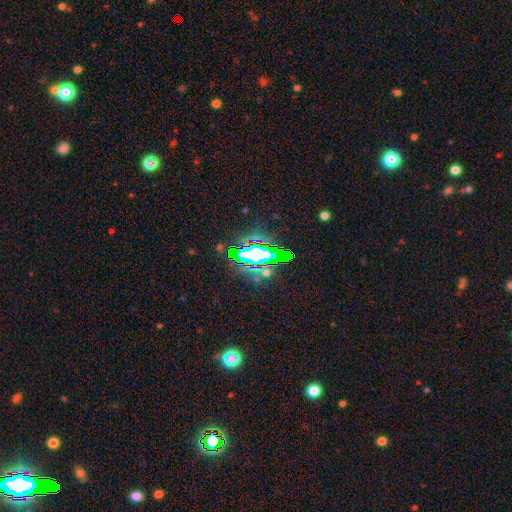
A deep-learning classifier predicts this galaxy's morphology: This is likely a star or artifact rather than a galaxy (60%).